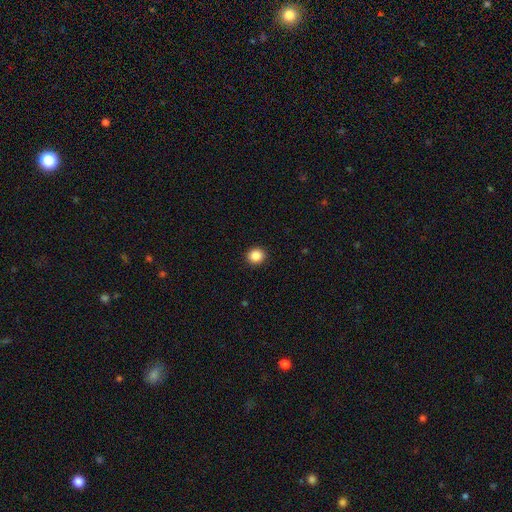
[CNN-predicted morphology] A smooth galaxy with no disk features (87%) that is round (86%). Merging: none (92%).